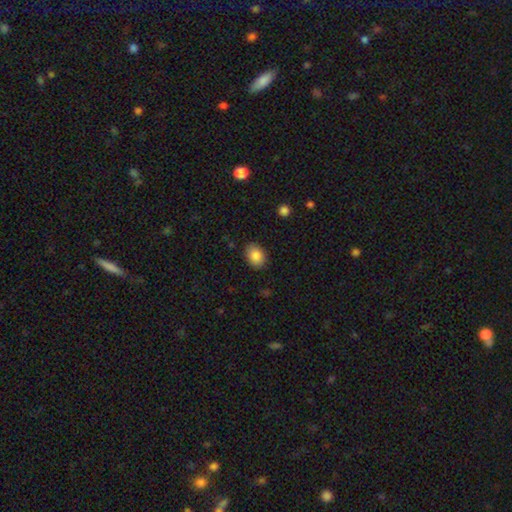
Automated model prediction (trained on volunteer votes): The model was most divided on "how rounded": in between: 68%, round: 31%, cigar-shaped: 1%. More confident: merging — none (87%); smooth or featured — smooth (86%).